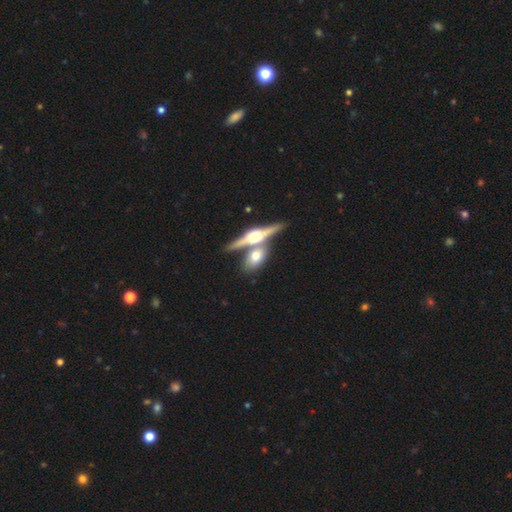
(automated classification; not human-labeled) smooth_or_featured: featured or disk (p=0.60) [alt: smooth p=0.33]
disk_edge_on: yes (p=0.92) [alt: no p=0.08]
edge_on_bulge: rounded (p=0.95) [alt: boxy p=0.03]
merging: none (p=0.52) [alt: merger p=0.36]